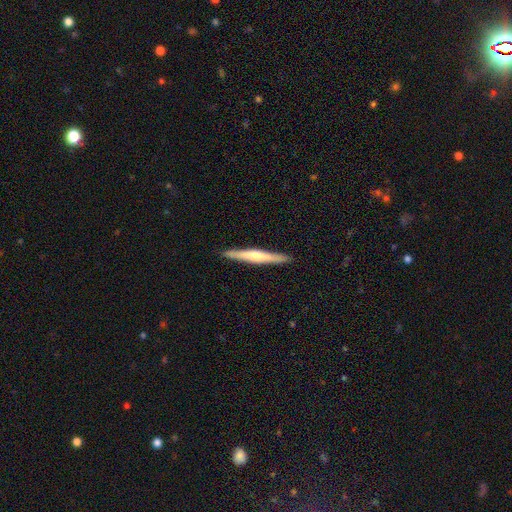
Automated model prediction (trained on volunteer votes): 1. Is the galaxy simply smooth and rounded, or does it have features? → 51% featured or disk, 44% smooth, 5% star or artifact.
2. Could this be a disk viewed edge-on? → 97% yes, 3% no.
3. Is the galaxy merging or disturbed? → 91% none, 7% minor disturbance, 1% major disturbance, 1% merger.